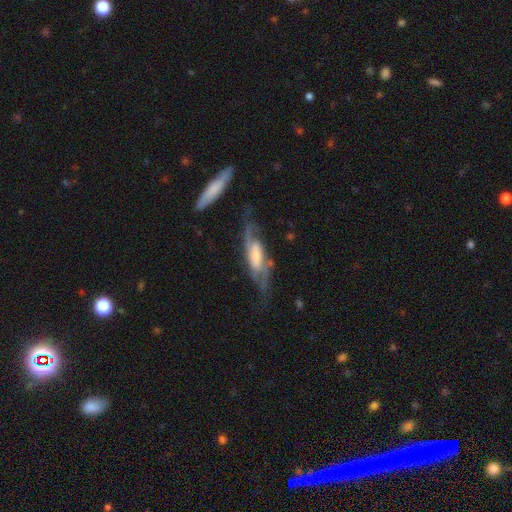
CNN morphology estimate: smooth-or-featured: featured or disk: 79% | smooth: 15% | star or artifact: 6%
  disk-edge-on: no: 85% | yes: 15%
    bar: no: 40% | weak: 39% | strong: 21%
    has-spiral-arms: yes: 93% | no: 7%
      spiral-winding: medium: 47% | loose: 32% | tight: 22%
      spiral-arm-count: 2: 81% | can't tell: 10% | 1: 4% | 3: 3% | 4: 1% | more than 4: 1%
    bulge-size: large: 28% (tied) | moderate: 28% (tied) | small: 23% | none: 15% | dominant: 5%
  merging: none: 54% | minor disturbance: 21% | major disturbance: 21% | merger: 4%